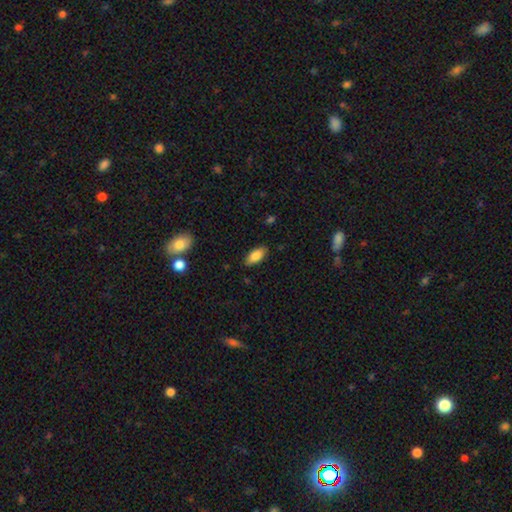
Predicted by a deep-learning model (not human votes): Smooth or featured?
  - smooth: 84% *
  - featured or disk: 9%
  - star or artifact: 7%
How rounded?
  - in between: 88% *
  - cigar-shaped: 10%
  - round: 2%
Merging?
  - none: 86% *
  - minor disturbance: 11%
  - major disturbance: 2%
  - merger: 1%